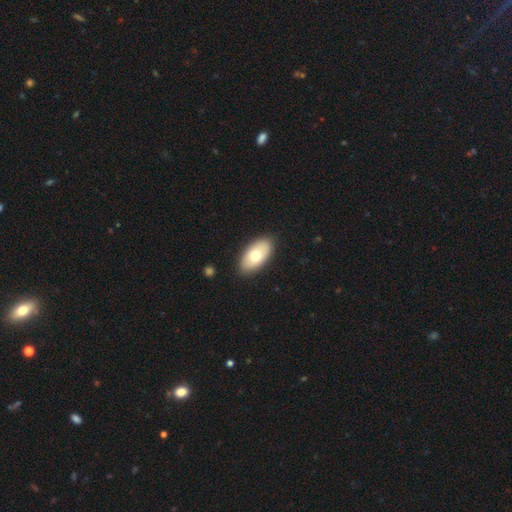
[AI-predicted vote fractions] smooth 67%, featured or disk 27%, star or artifact 6%. Down the decision tree: how rounded — in between (94%); merging — none (88%).